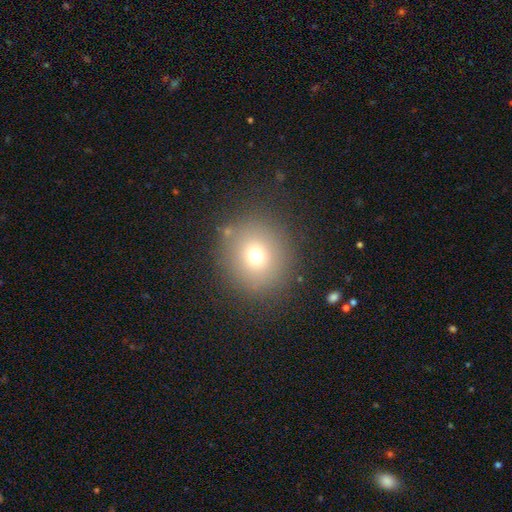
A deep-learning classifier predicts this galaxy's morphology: Overall: smooth (70%). How rounded: round (91%). Merging: none (86%).